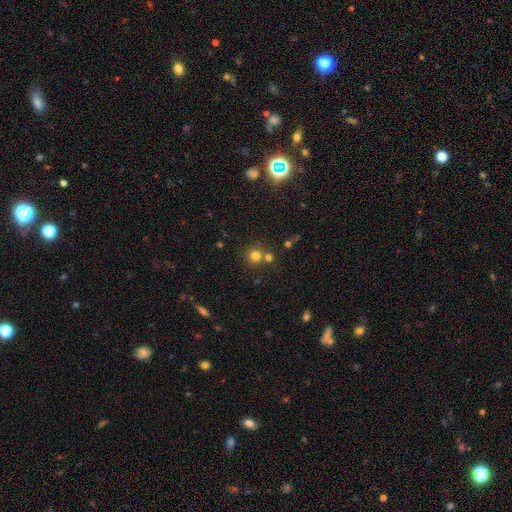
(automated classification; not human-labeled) A smooth galaxy with no disk features (76%) that is round (91%). Merging: none (65%).